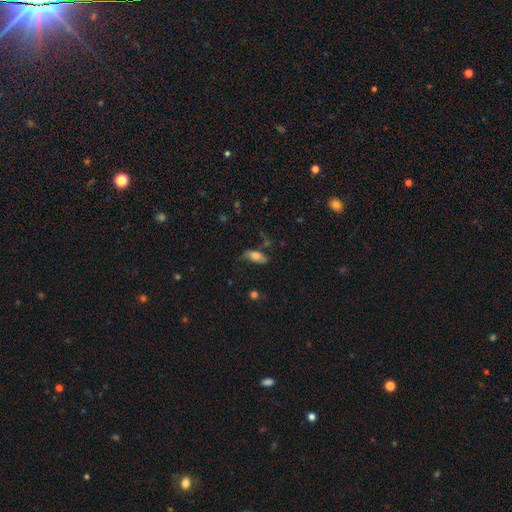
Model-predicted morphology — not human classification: Smooth or featured? Predicted: smooth (p=0.67). How rounded? Predicted: in between (p=0.81). Merging? Predicted: none (p=0.49).